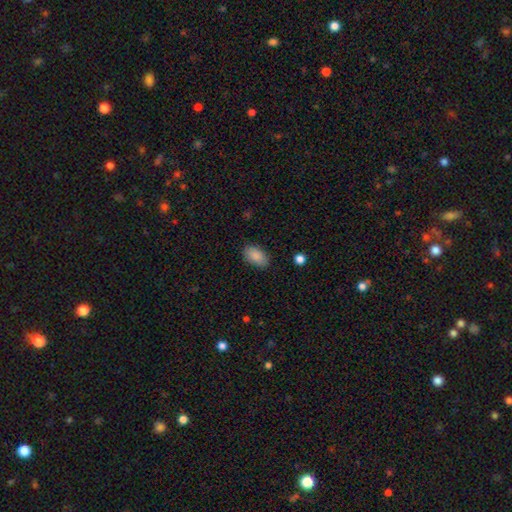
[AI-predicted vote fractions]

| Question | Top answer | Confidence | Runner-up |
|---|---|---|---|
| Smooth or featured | smooth | 88% | star or artifact (7%) |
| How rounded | in between | 92% | round (6%) |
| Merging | none | 84% | minor disturbance (12%) |